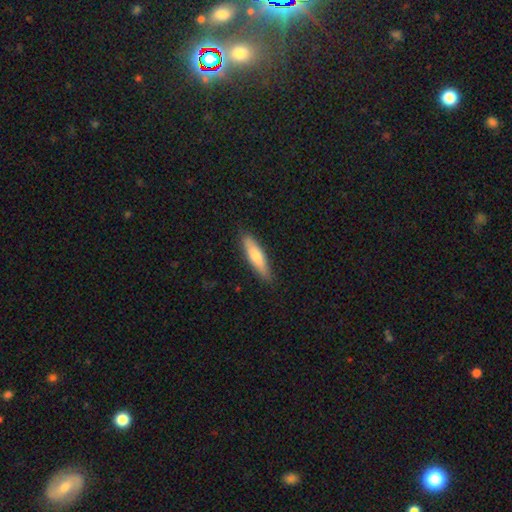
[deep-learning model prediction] A smooth galaxy with no disk features (65%) that is cigar-shaped (77%).

Vote fractions:
- Smooth or featured? smooth: 65% / featured or disk: 29% / star or artifact: 6%
- How rounded? cigar-shaped: 77% / in between: 21% / round: 2%
- Merging? none: 88% / minor disturbance: 9% / major disturbance: 2% / merger: 1%